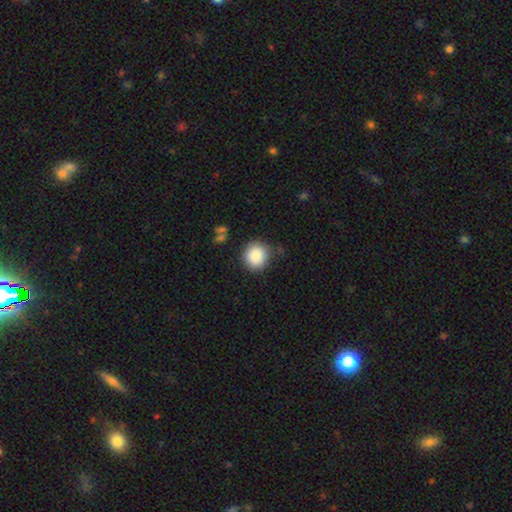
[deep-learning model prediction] smooth_or_featured: smooth (p=0.88) [alt: star or artifact p=0.08]
how_rounded: round (p=0.91) [alt: in between p=0.08]
merging: none (p=0.82) [alt: minor disturbance p=0.12]